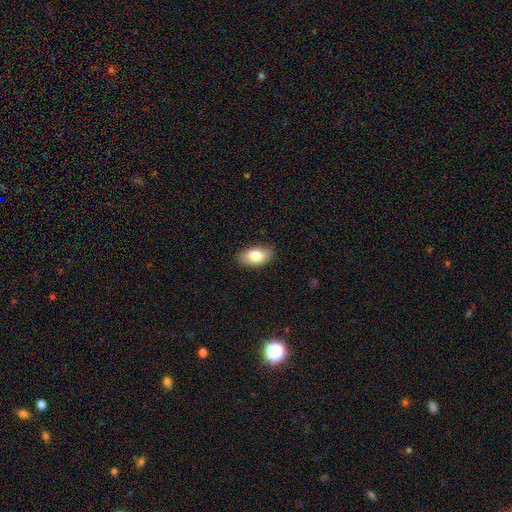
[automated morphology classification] Overall: smooth (80%). How rounded: in between (93%). Merging: none (87%).